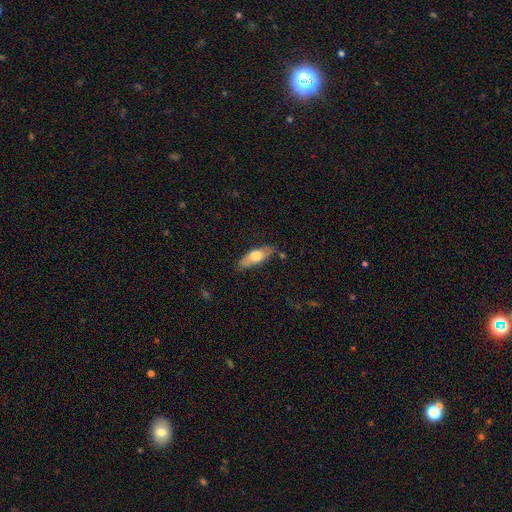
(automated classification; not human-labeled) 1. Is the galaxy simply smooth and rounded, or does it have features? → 63% smooth, 31% featured or disk, 6% star or artifact.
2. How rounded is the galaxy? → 66% in between, 31% cigar-shaped, 3% round.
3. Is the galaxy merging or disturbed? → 77% none, 17% minor disturbance, 4% major disturbance, 2% merger.